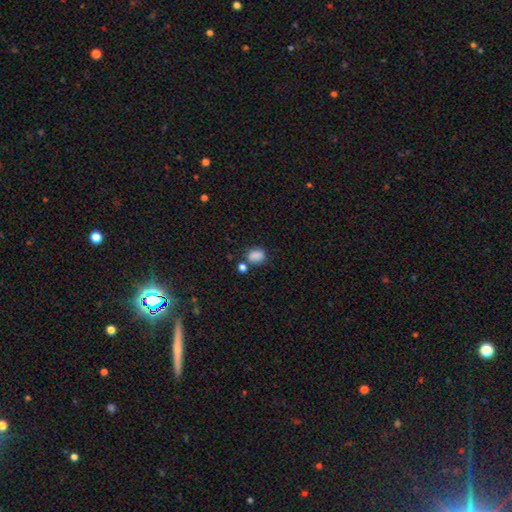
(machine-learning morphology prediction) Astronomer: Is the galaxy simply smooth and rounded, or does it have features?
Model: smooth — 84%.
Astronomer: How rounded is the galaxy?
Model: in between — 63%.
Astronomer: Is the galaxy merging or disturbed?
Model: none — 60%.